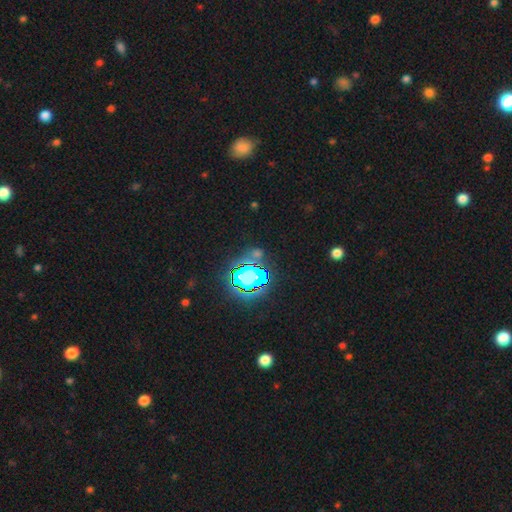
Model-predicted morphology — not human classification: Smooth or featured: star or artifact — 70% (smooth — 20%)